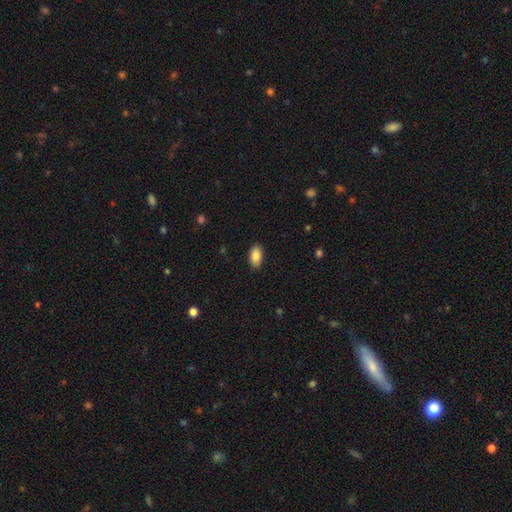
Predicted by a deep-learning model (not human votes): This is clearly a smooth galaxy (87%). How rounded: clearly in between (93%). Merging: clearly none (88%).